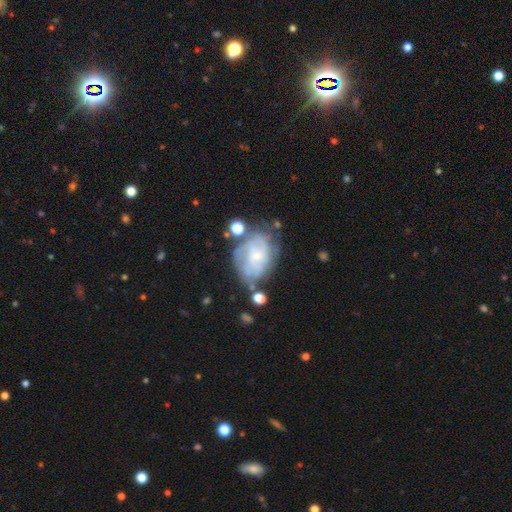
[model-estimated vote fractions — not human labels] A featured or disk galaxy (60%) with no bar (69%), spiral arms (70%) and a small central bulge (58%). Merging: none (52%).